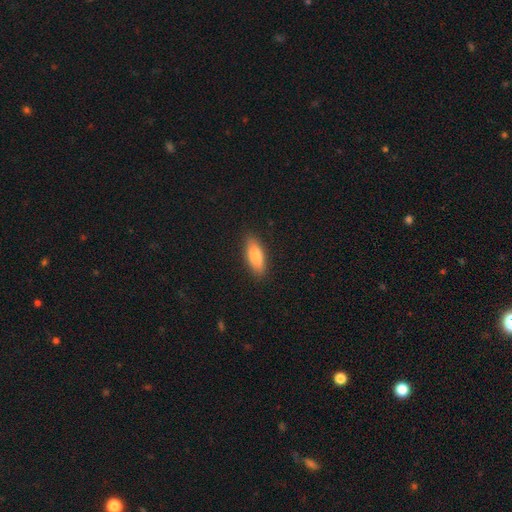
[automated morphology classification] This is clearly a smooth galaxy (84%). How rounded: likely in between (72%). Merging: clearly none (86%).